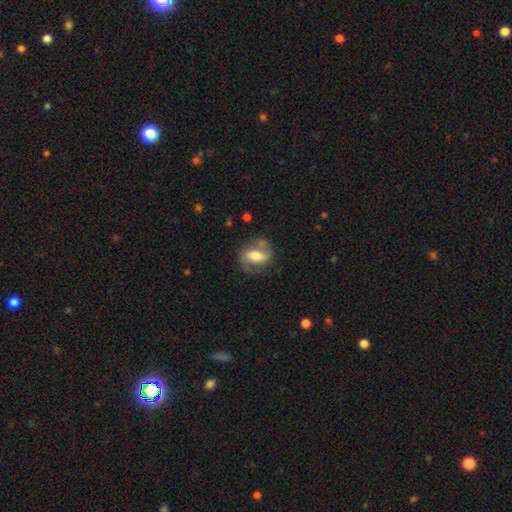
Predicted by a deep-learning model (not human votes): Smooth or featured? featured or disk (54%)
Edge-on disk? no (91%)
Merging? none (68%)